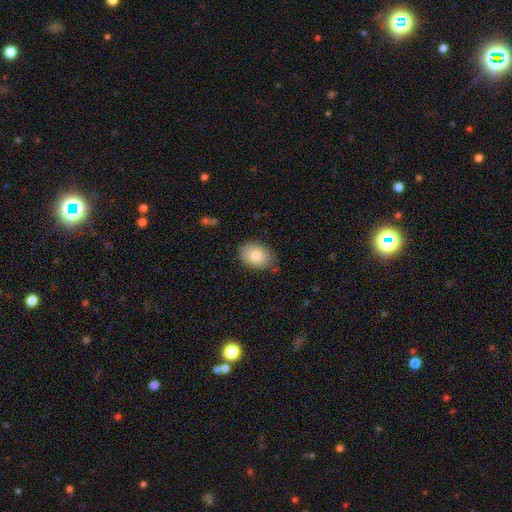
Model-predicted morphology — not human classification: Smooth or featured? Predicted: smooth (p=0.85). How rounded? Predicted: in between (p=0.81). Merging? Predicted: none (p=0.76).